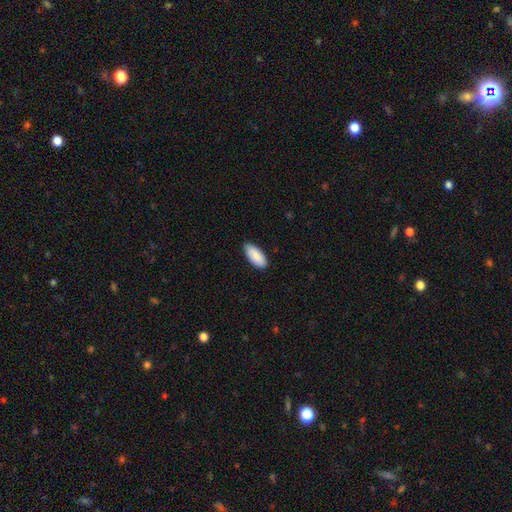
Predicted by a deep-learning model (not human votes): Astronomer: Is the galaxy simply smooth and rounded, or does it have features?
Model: smooth — 89%.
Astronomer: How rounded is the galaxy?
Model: in between — 89%.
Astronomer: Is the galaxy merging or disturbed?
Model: none — 87%.